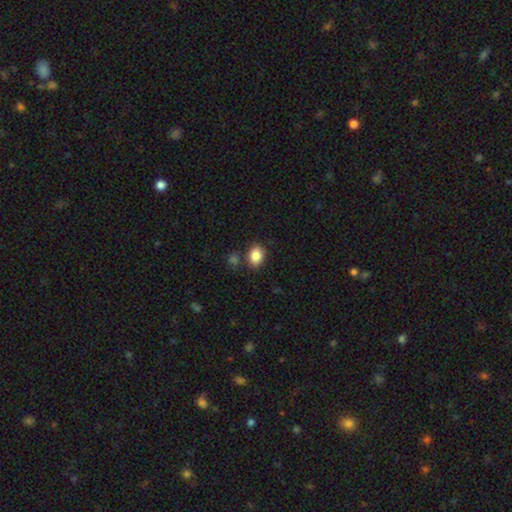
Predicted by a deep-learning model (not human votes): smooth 86%, star or artifact 9%, featured or disk 5%. Down the decision tree: how rounded — in between (68%); merging — none (79%).